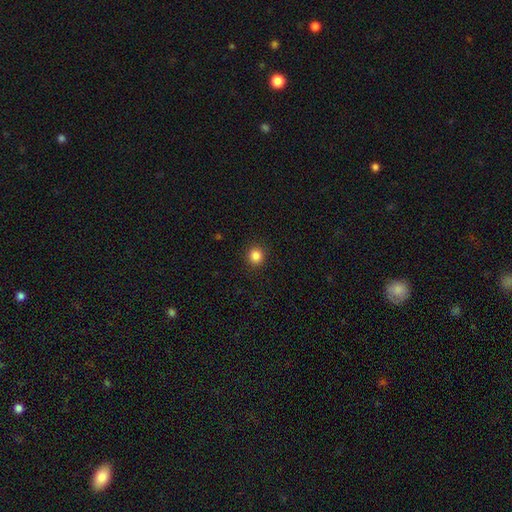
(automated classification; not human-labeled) The model was most divided on "smooth or featured": smooth: 85%, star or artifact: 11%, featured or disk: 4%. More confident: how rounded — round (93%); merging — none (92%).